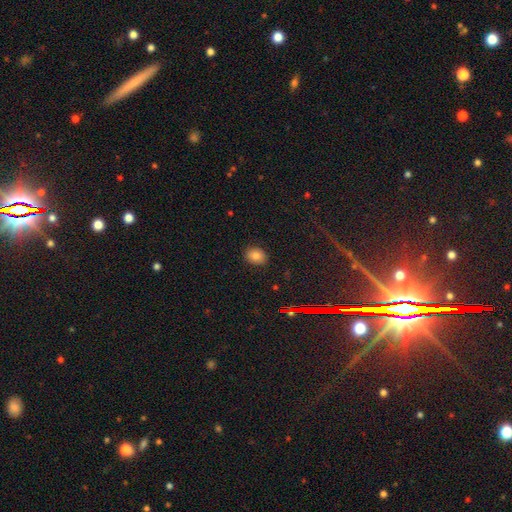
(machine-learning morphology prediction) Smooth or featured: smooth — 79% (star or artifact — 13%)
How rounded: in between — 54% (round — 45%)
Merging: none — 88% (minor disturbance — 9%)